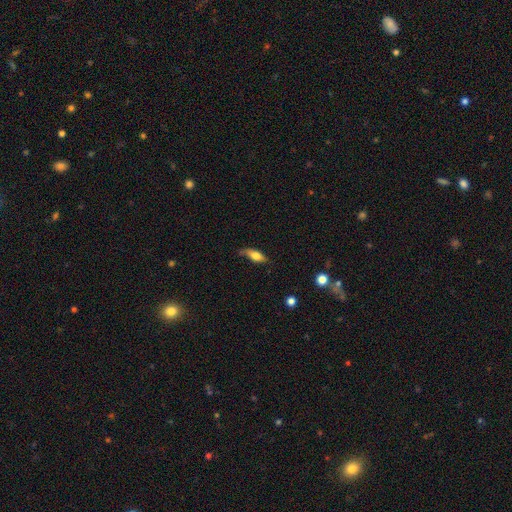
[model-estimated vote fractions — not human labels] A smooth galaxy with no disk features (68%) that is in between round and cigar-shaped (70%). Merging: none (58%).